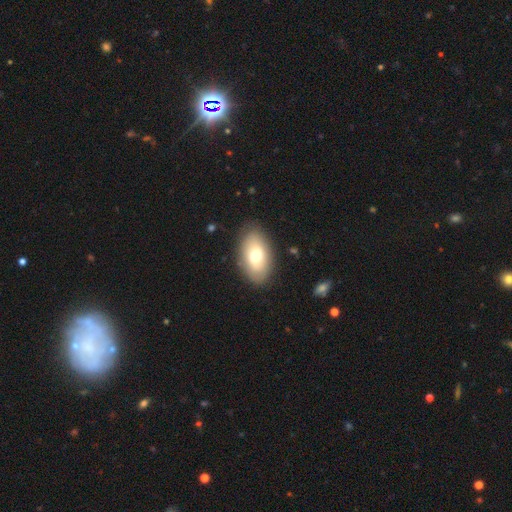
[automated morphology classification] A smooth galaxy with no disk features (70%) that is in between round and cigar-shaped (93%). Merging: none (85%).